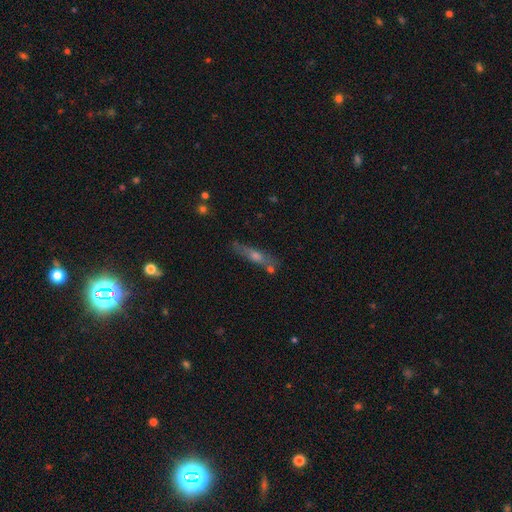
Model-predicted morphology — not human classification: featured or disk 51%, smooth 38%, star or artifact 11%. Down the decision tree: edge-on disk — yes (78%); merging — none (69%).